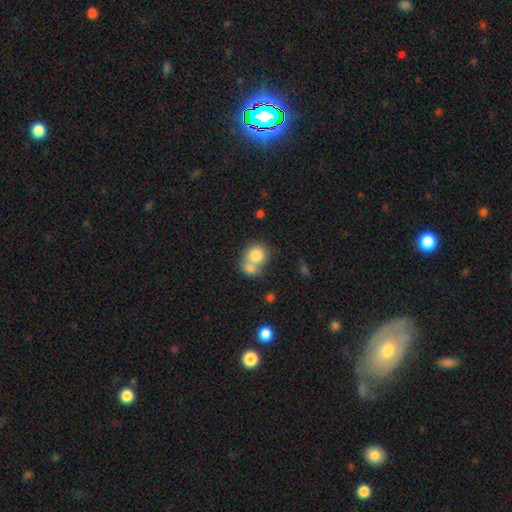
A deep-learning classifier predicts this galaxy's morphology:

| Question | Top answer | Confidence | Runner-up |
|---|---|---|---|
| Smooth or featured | smooth | 79% | featured or disk (12%) |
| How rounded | round | 74% | in between (25%) |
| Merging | merger | 57% | none (32%) |